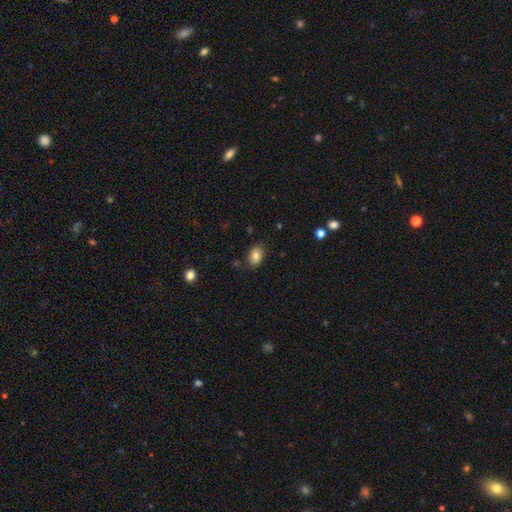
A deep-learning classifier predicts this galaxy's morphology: smooth-or-featured: smooth: 81% | featured or disk: 10% | star or artifact: 9%
  how-rounded: in between: 74% | round: 25% | cigar-shaped: 1%
  merging: none: 83% | minor disturbance: 13% | major disturbance: 3% | merger: 2%